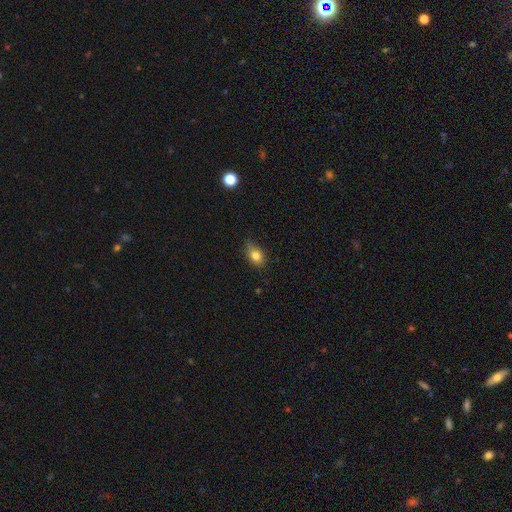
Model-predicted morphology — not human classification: smooth 81%, star or artifact 10%, featured or disk 9%. Down the decision tree: how rounded — in between (73%); merging — none (61%).